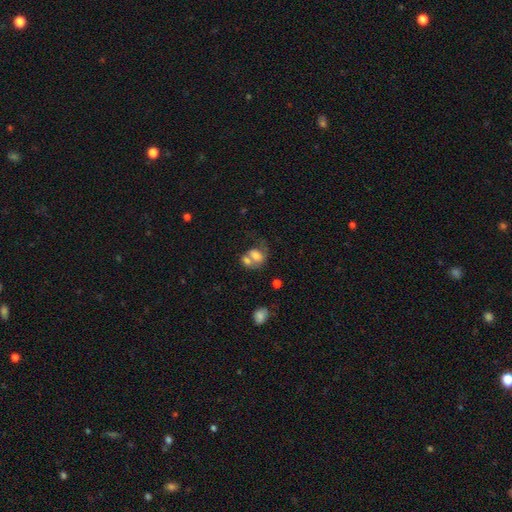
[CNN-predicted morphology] The model was most divided on "smooth or featured": smooth: 59%, featured or disk: 31%, star or artifact: 10%. More confident: how rounded — in between (66%); merging — merger (60%).